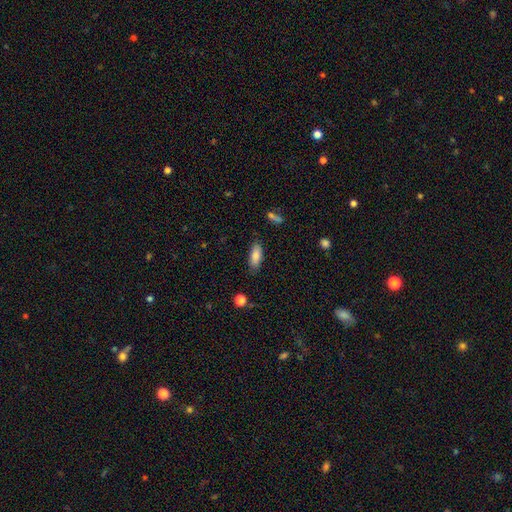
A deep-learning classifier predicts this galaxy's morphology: Smooth or featured: smooth — 84% (featured or disk — 9%)
How rounded: in between — 76% (cigar-shaped — 22%)
Merging: none — 82% (minor disturbance — 13%)